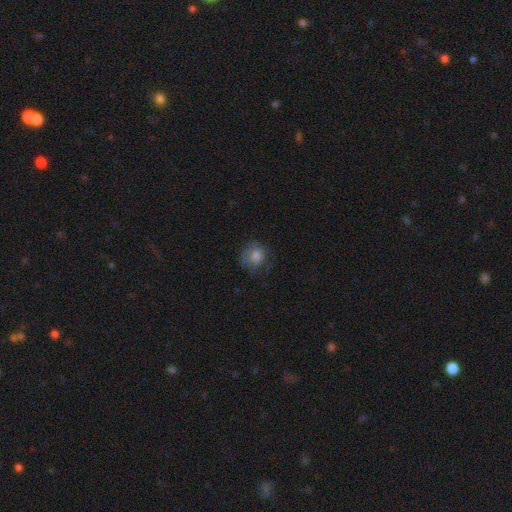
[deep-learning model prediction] Morphology: type=smooth (72%); roundness=round (82%); merging=none (63%).